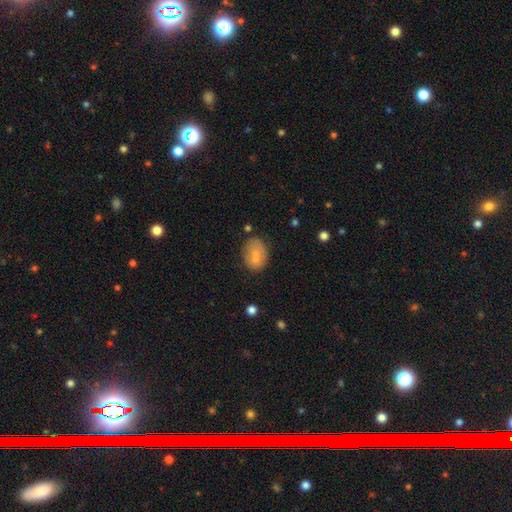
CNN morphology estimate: A smooth galaxy with no disk features (75%) that is in between round and cigar-shaped (75%).

Vote fractions:
- Smooth or featured? smooth: 75% / featured or disk: 17% / star or artifact: 9%
- How rounded? in between: 75% / round: 24% / cigar-shaped: 1%
- Merging? none: 59% / minor disturbance: 22% / merger: 12% / major disturbance: 7%